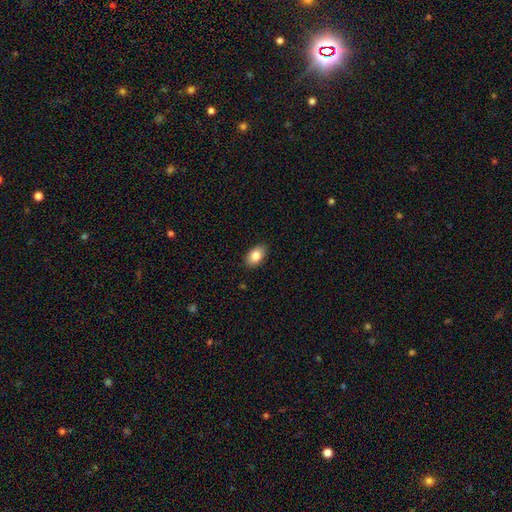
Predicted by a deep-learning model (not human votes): Smooth or featured? Predicted: smooth (p=0.83). How rounded? Predicted: in between (p=0.89). Merging? Predicted: none (p=0.88).